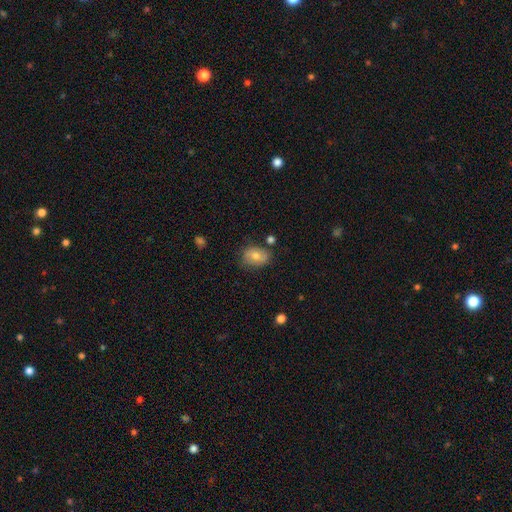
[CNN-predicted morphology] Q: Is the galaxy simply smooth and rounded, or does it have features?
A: smooth — 71%.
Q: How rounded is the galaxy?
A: in between — 73%.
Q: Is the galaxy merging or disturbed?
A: none — 74%.